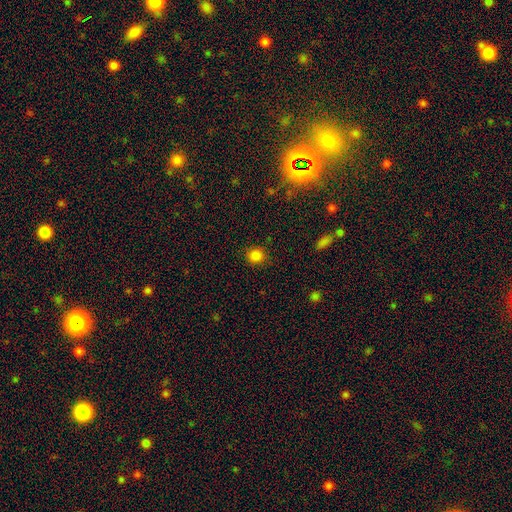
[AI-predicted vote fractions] Smooth or featured? smooth (84%)
How rounded? round (90%)
Merging? none (90%)